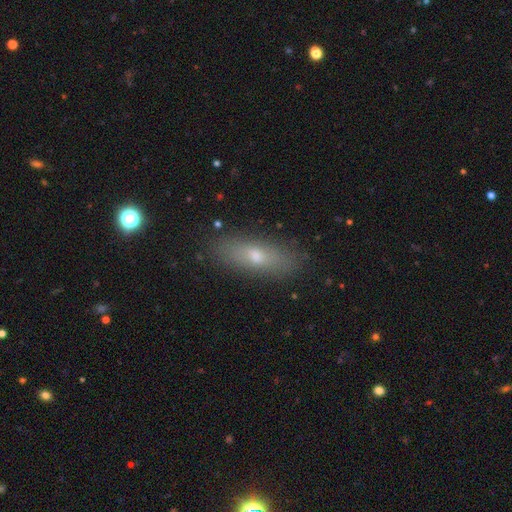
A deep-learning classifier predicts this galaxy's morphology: Smooth or featured? smooth (63%)
How rounded? in between (54%)
Merging? none (86%)